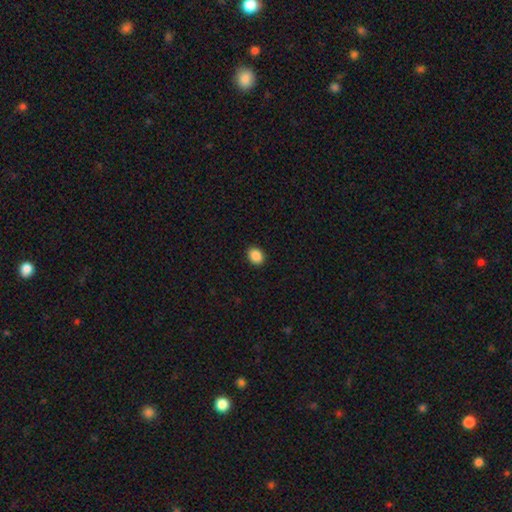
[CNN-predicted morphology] The model was most divided on "how rounded": in between: 55%, round: 44%, cigar-shaped: 1%. More confident: merging — none (91%); smooth or featured — smooth (89%).